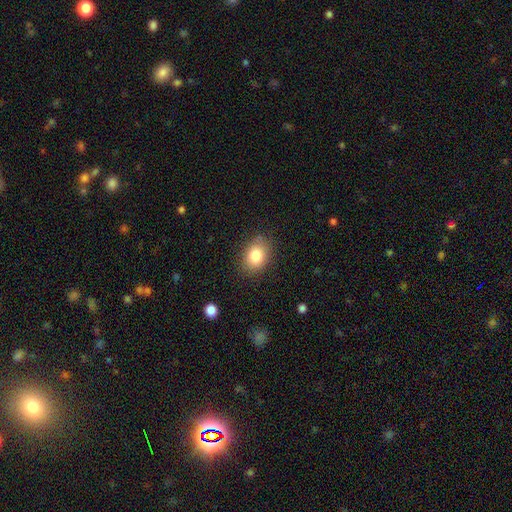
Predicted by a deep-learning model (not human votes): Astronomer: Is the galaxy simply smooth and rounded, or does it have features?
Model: smooth — 82%.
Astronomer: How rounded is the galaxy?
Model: in between — 66%.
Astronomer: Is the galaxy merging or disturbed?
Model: none — 84%.